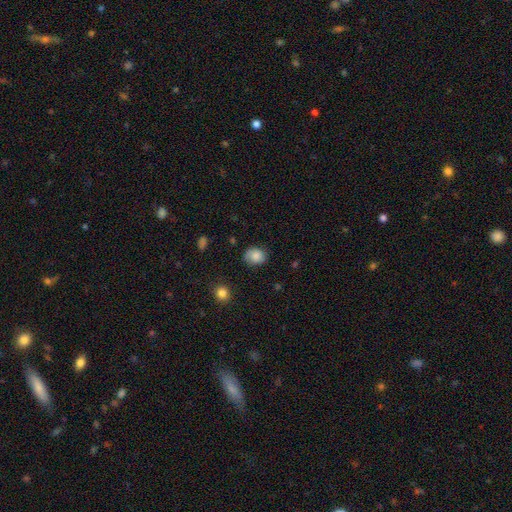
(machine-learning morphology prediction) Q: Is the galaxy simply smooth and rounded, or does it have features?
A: smooth — 82%.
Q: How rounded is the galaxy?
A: round — 58%.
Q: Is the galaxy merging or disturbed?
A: none — 75%.